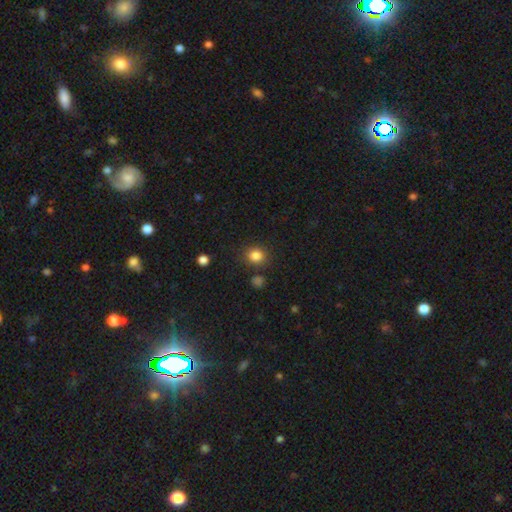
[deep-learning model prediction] Morphology: type=smooth (84%); roundness=round (81%); merging=none (83%).